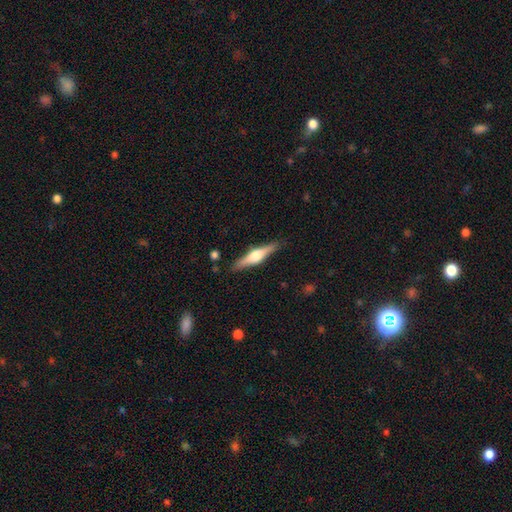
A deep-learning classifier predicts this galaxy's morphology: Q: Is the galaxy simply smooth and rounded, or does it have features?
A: featured or disk — 66%.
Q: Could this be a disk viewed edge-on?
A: yes — 97%.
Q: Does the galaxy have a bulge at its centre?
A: rounded — 92%.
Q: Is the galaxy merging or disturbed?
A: none — 89%.